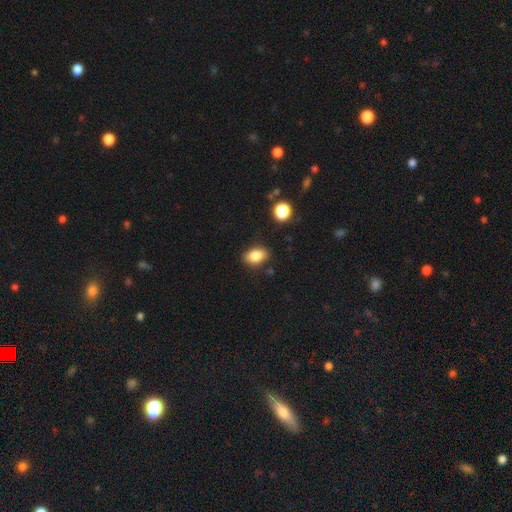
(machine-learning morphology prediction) The model was most divided on "how rounded": in between: 81%, round: 17%, cigar-shaped: 2%. More confident: smooth or featured — smooth (84%); merging — none (83%).